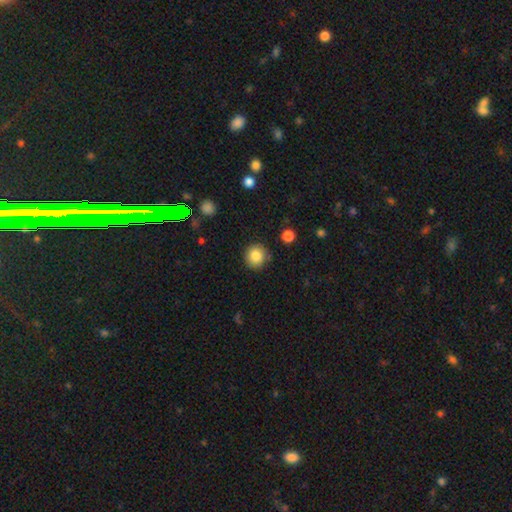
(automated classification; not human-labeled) Smooth or featured?
  - smooth: 85% *
  - star or artifact: 9%
  - featured or disk: 6%
How rounded?
  - round: 89% *
  - in between: 10%
  - cigar-shaped: 1%
Merging?
  - none: 85% *
  - minor disturbance: 10%
  - major disturbance: 3%
  - merger: 2%